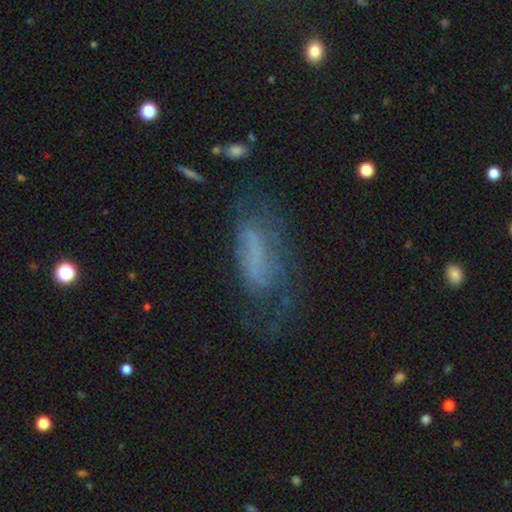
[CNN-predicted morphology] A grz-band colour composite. It shows a smooth galaxy with no disk features (42%). Merging: none (45%).